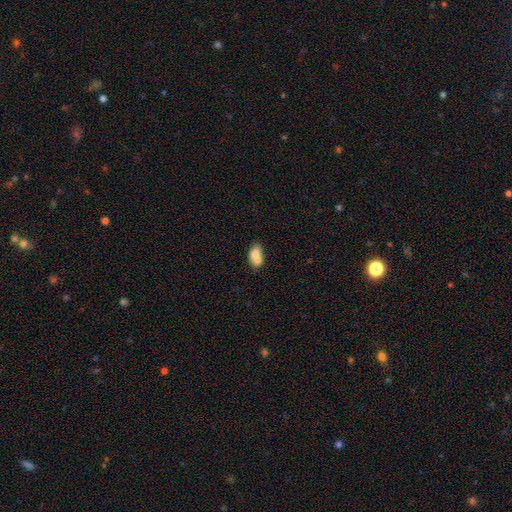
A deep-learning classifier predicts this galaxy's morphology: Smooth or featured? Predicted: smooth (p=0.73). How rounded? Predicted: in between (p=0.81). Merging? Predicted: merger (p=0.51).